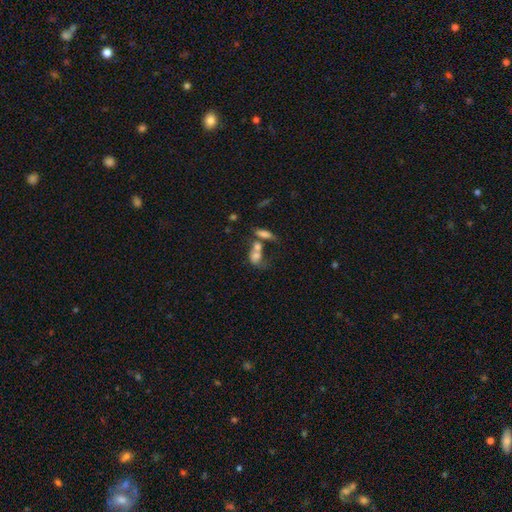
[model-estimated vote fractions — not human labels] Smooth or featured? Predicted: smooth (p=0.64). How rounded? Predicted: in between (p=0.72). Merging? Predicted: merger (p=0.59).